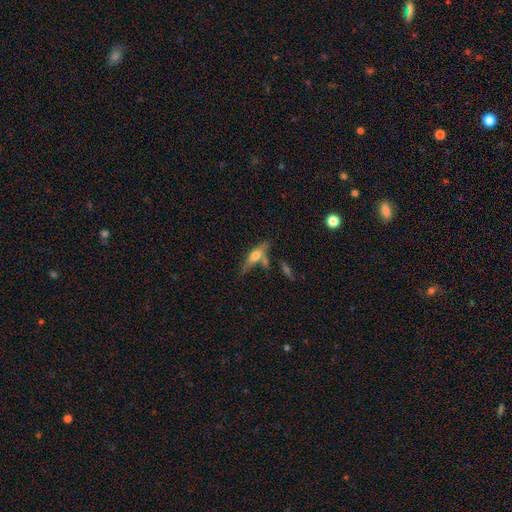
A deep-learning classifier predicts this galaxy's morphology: type=smooth (53%); roundness=cigar-shaped (55%); merging=none (53%).